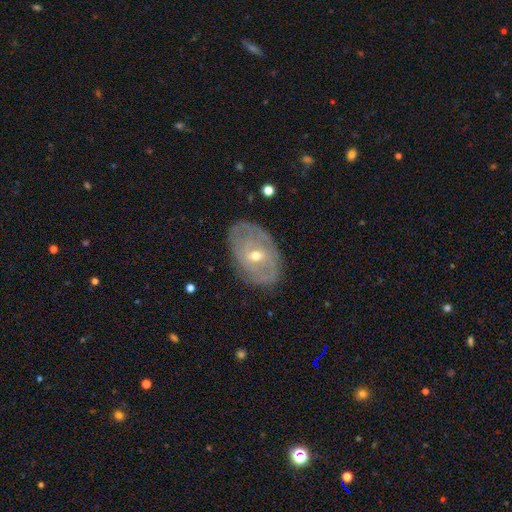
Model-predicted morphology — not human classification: smooth-or-featured: featured or disk: 73% | smooth: 19% | star or artifact: 8%
  disk-edge-on: no: 93% | yes: 7%
    bar: weak: 43% | no: 42% | strong: 15%
    has-spiral-arms: yes: 67% | no: 33%
    bulge-size: moderate: 53% | small: 44% | large: 2% | none: 1% | dominant: 1%
  merging: none: 76% | minor disturbance: 17% | major disturbance: 5% | merger: 1%